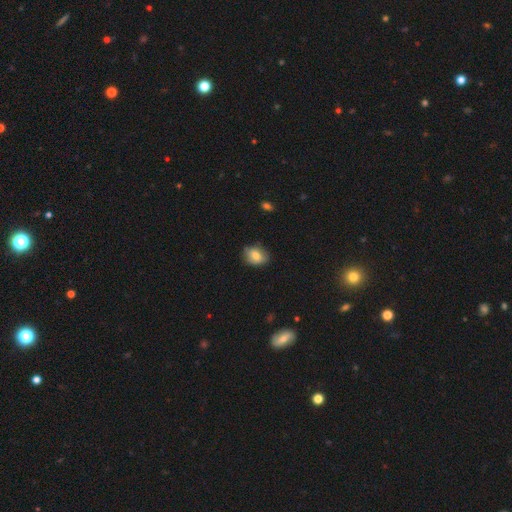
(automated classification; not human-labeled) This appears to be a smooth galaxy with no disk features (75%) that is in between round and cigar-shaped (60%). Merging: none (74%).